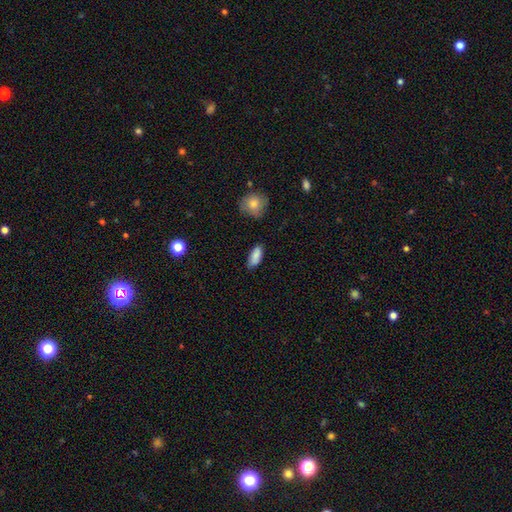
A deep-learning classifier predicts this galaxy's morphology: Smooth or featured? smooth (86%)
How rounded? in between (83%)
Merging? none (81%)